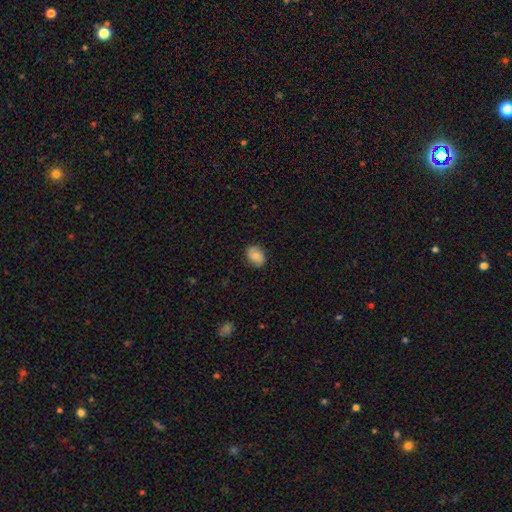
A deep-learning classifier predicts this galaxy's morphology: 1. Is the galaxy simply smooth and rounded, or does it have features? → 75% smooth, 17% featured or disk, 8% star or artifact.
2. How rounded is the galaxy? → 67% in between, 32% round, 1% cigar-shaped.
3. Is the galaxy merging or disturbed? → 85% none, 11% minor disturbance, 2% major disturbance, 1% merger.